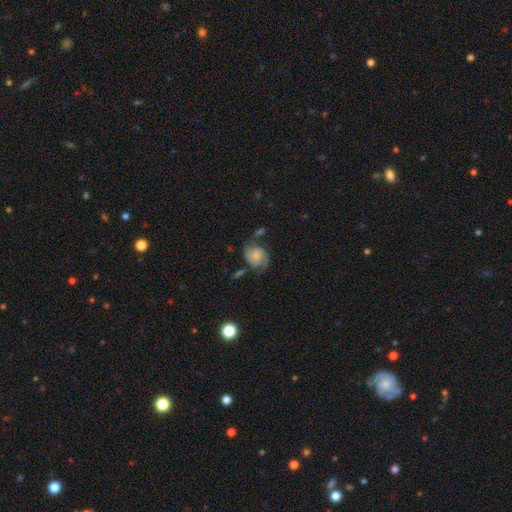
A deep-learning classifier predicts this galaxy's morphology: A smooth galaxy with no disk features (50%) that is in between round and cigar-shaped (50%).

Vote fractions:
- Smooth or featured? smooth: 50% / featured or disk: 41% / star or artifact: 9%
- How rounded? in between: 50% / round: 48% / cigar-shaped: 1%
- Merging? none: 50% / minor disturbance: 27% / major disturbance: 14% / merger: 8%